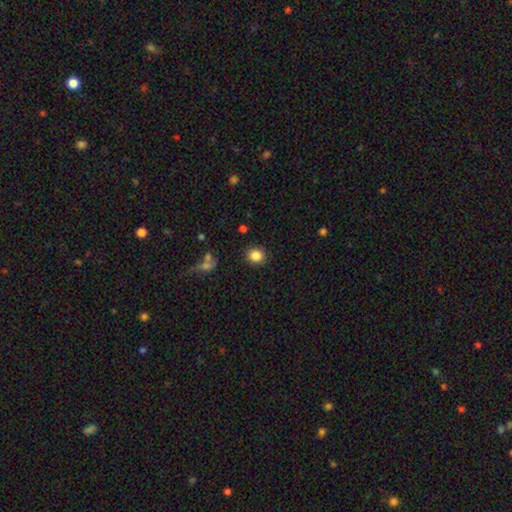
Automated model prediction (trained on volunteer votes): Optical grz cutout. It shows a smooth galaxy with no disk features (85%) that is round (81%). Merging: none (88%).